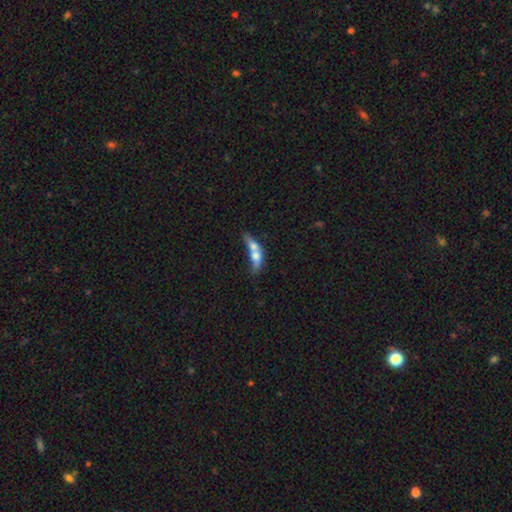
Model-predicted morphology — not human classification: This is possibly a smooth galaxy (57%). How rounded: possibly in between (52%). Merging: likely merger (68%).